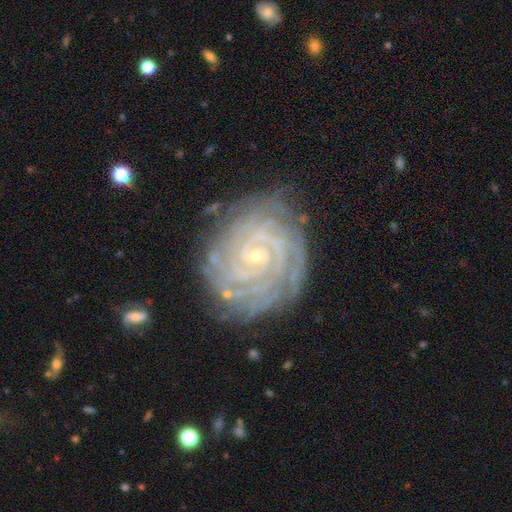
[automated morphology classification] A featured or disk galaxy (91%) with no bar (49%), 4 (24%) tight (88%) spiral arms (99%) and a small central bulge (85%).

Vote fractions:
- Smooth or featured? featured or disk: 91% / star or artifact: 5% / smooth: 4%
- Edge-on disk? no: 98% / yes: 2%
- Bar? no: 49% / weak: 35% / strong: 16%
- Spiral arms? yes: 99% / no: 1%
- Spiral winding? tight: 88% / medium: 10% / loose: 2%
- Spiral arm count? 4: 24% / 2: 18% / can't tell: 17% / 3: 17% / more than 4: 16% / 1: 8%
- Bulge size? small: 85% / moderate: 11% / none: 2% / large: 1% / dominant: 1%
- Merging? none: 80% / minor disturbance: 14% / major disturbance: 4% / merger: 2%